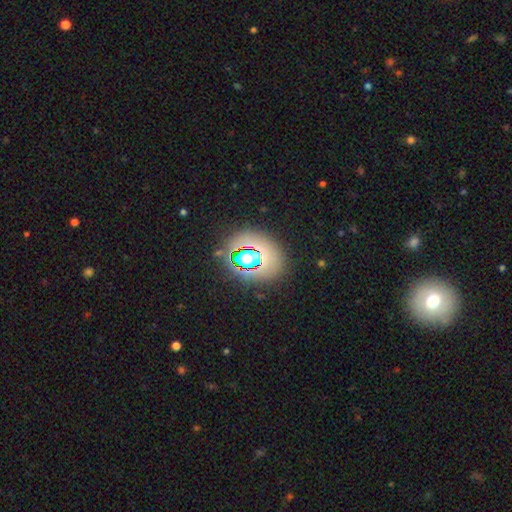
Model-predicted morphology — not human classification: Smooth or featured? Predicted: star or artifact (p=0.47).